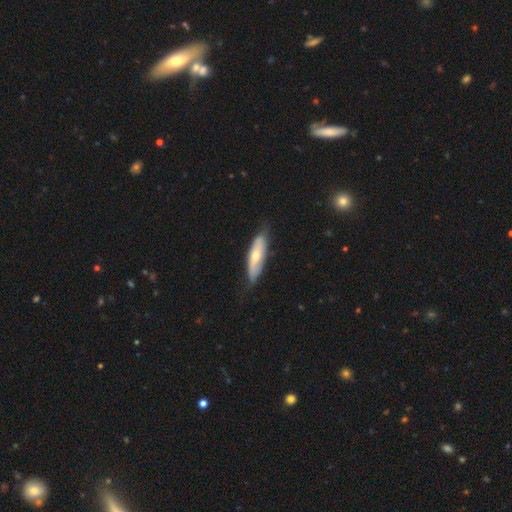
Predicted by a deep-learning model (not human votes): smooth-or-featured: smooth: 50% | featured or disk: 44% | star or artifact: 6%
  how-rounded: cigar-shaped: 58% | in between: 40% | round: 2%
  merging: none: 75% | minor disturbance: 20% | major disturbance: 3% | merger: 1%